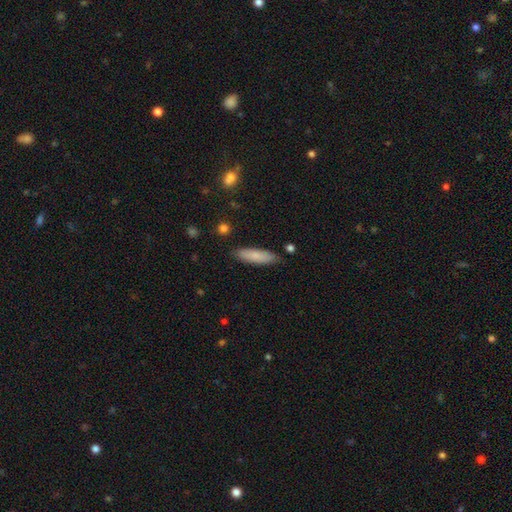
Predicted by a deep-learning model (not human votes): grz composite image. It shows a smooth galaxy with no disk features (82%) that is cigar-shaped (64%). Merging: none (85%).